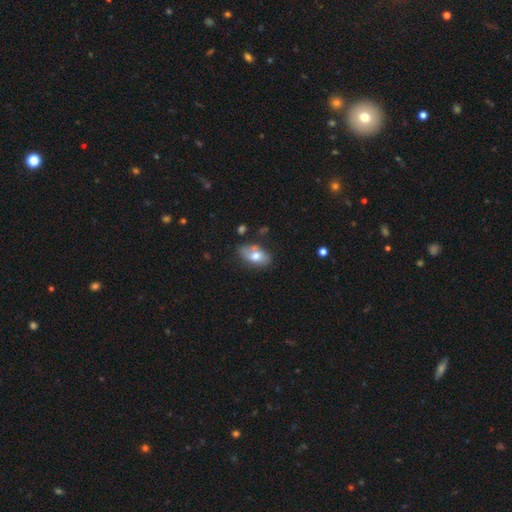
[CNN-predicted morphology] Overall: smooth (71%). How rounded: in between (92%). Merging: none (62%; minor disturbance 25%).